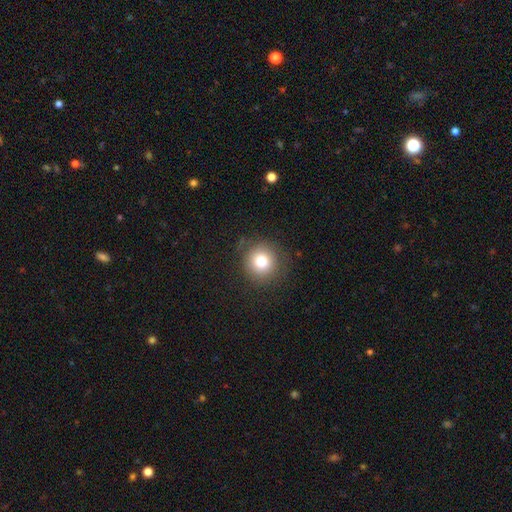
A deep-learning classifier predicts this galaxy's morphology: A smooth galaxy with no disk features (75%) that is round (93%).

Vote fractions:
- Smooth or featured? smooth: 75% / star or artifact: 13% / featured or disk: 11%
- How rounded? round: 93% / in between: 6% / cigar-shaped: 1%
- Merging? none: 84% / minor disturbance: 10% / major disturbance: 4% / merger: 1%